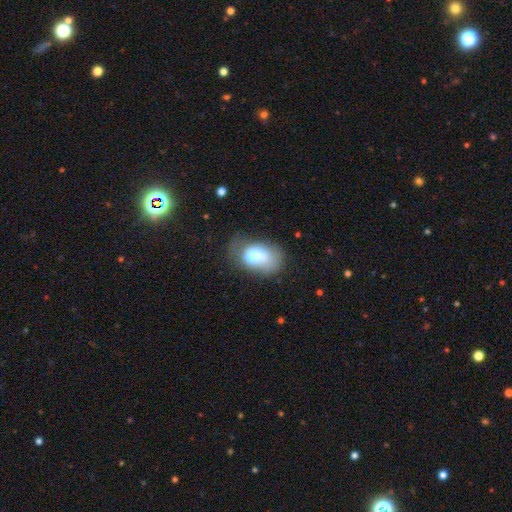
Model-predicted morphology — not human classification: smooth-or-featured: smooth: 64% | featured or disk: 26% | star or artifact: 9%
  how-rounded: in between: 82% | round: 16% | cigar-shaped: 2%
  merging: none: 32% | merger: 27% | minor disturbance: 23% | major disturbance: 18%